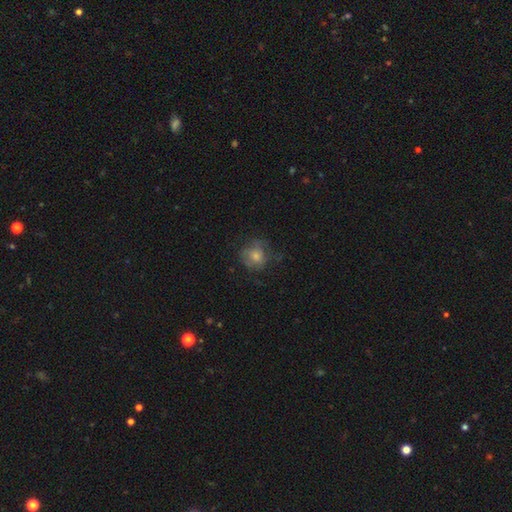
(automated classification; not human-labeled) Morphology: type=smooth (51%); roundness=round (79%); merging=none (65%).